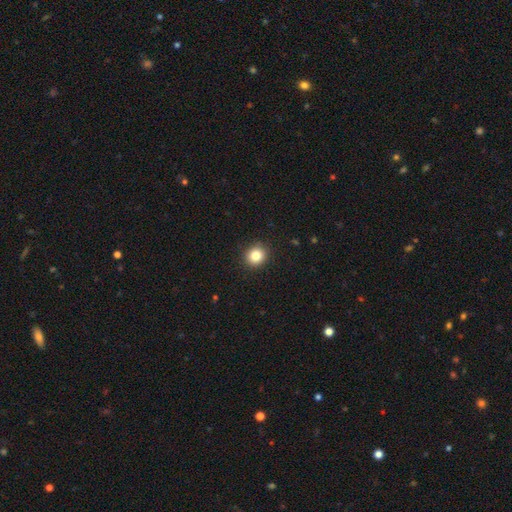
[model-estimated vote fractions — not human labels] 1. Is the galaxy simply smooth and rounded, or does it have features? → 83% smooth, 11% star or artifact, 6% featured or disk.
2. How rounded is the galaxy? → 87% round, 12% in between, 1% cigar-shaped.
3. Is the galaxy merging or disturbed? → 91% none, 6% minor disturbance, 2% major disturbance, 1% merger.